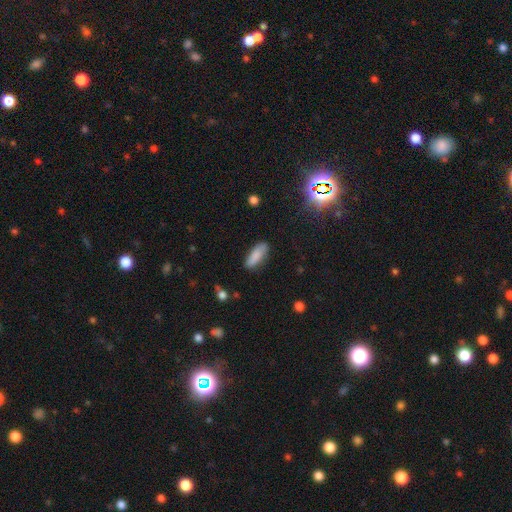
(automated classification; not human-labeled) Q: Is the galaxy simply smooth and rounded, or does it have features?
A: smooth — 82%.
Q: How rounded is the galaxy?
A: in between — 68%.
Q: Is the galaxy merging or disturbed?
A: none — 80%.